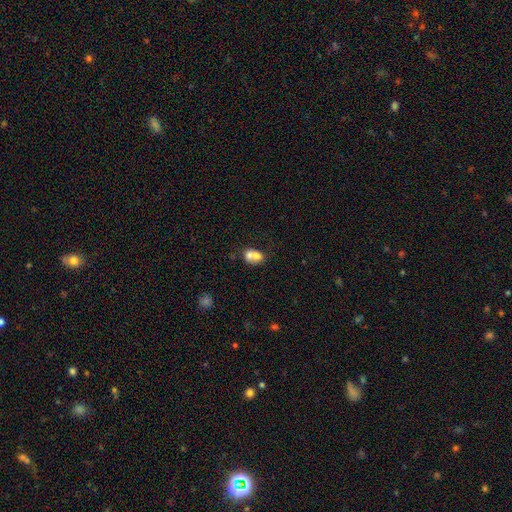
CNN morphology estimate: Overall: smooth (69%). How rounded: in between (51%; round 48%). Merging: merger (69%).